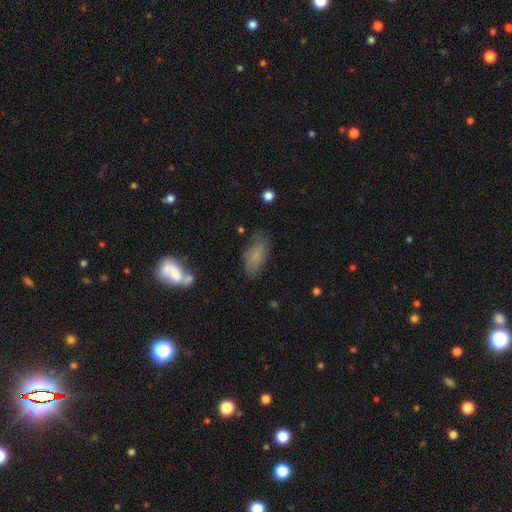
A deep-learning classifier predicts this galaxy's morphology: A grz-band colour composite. It shows a smooth galaxy with no disk features (66%) that is in between round and cigar-shaped (88%). Merging: none (67%).